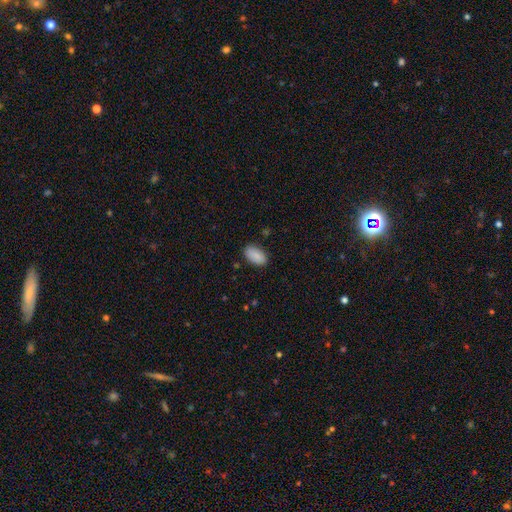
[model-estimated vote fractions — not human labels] Q: Smooth or featured?
A: smooth (89%); runner-up: star or artifact (7%)
Q: How rounded?
A: in between (94%); runner-up: round (4%)
Q: Merging?
A: none (84%); runner-up: minor disturbance (12%)